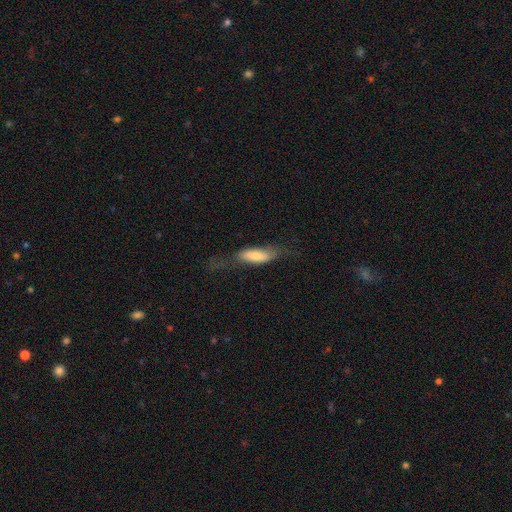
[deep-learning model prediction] Smooth or featured?
  - smooth: 65% *
  - featured or disk: 29%
  - star or artifact: 6%
How rounded?
  - in between: 57% *
  - cigar-shaped: 41%
  - round: 2%
Merging?
  - none: 47% *
  - minor disturbance: 26%
  - major disturbance: 24%
  - merger: 2%